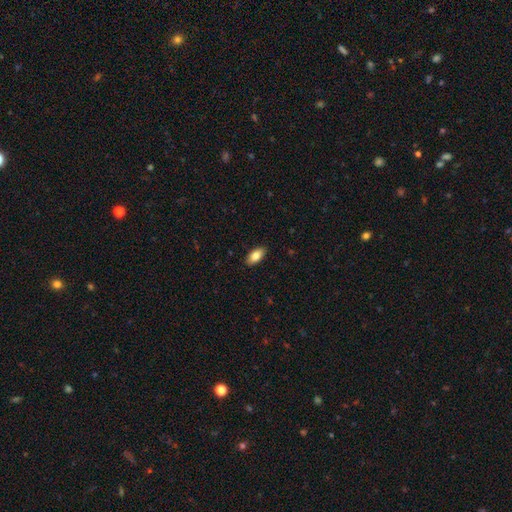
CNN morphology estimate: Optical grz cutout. It shows a smooth galaxy with no disk features (83%) that is in between round and cigar-shaped (92%). Merging: none (89%).